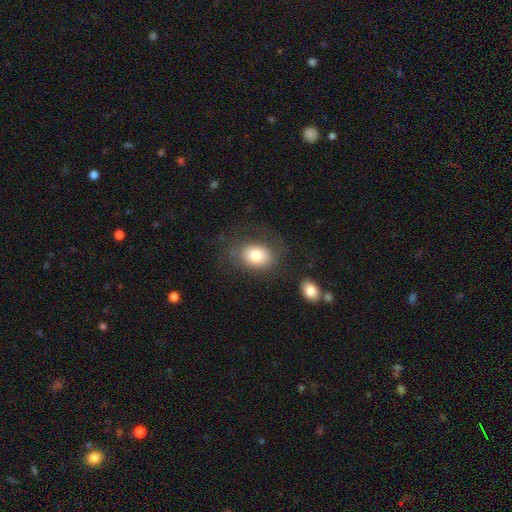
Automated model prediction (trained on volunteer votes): The model was most divided on "how rounded": in between: 64%, round: 35%, cigar-shaped: 1%. More confident: smooth or featured — smooth (79%); merging — none (68%).